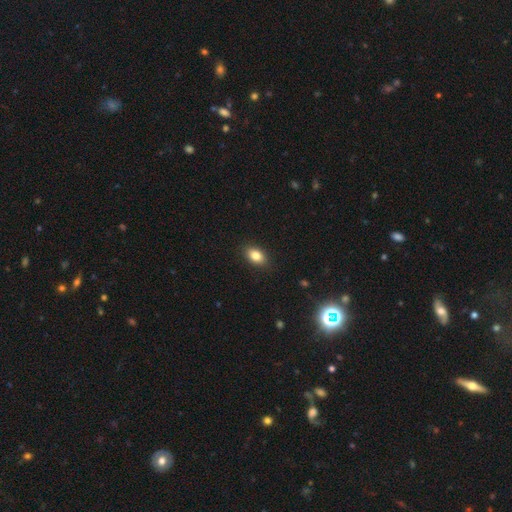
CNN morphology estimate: A smooth galaxy with no disk features (83%) that is in between round and cigar-shaped (86%). Merging: none (87%).